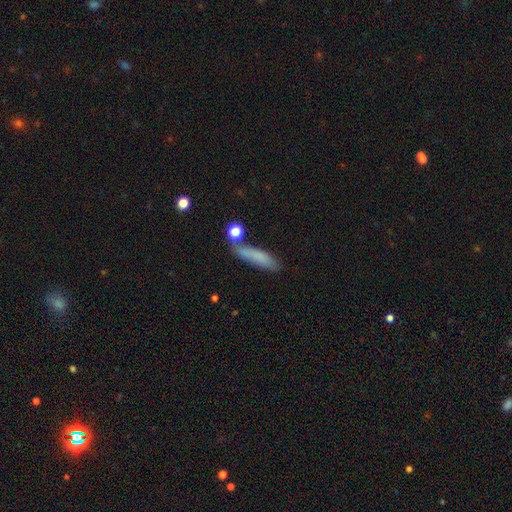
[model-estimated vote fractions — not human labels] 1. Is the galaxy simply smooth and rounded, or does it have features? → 75% smooth, 15% featured or disk, 10% star or artifact.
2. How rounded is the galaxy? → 74% cigar-shaped, 22% in between, 3% round.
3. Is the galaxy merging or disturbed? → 65% none, 18% minor disturbance, 10% merger, 7% major disturbance.